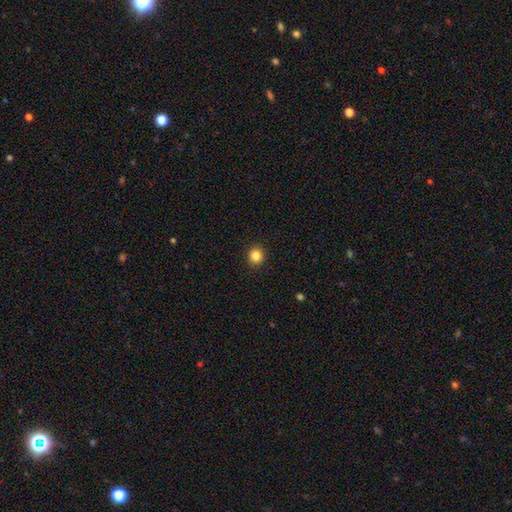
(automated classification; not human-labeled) This appears to be a smooth galaxy with no disk features (84%) that is round (91%). Merging: none (92%).